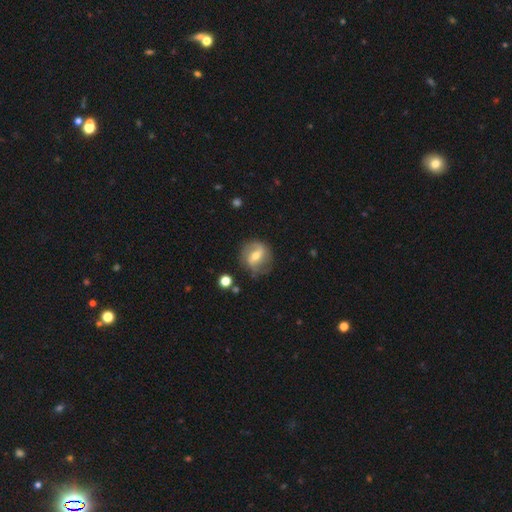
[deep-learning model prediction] This appears to be a featured or disk galaxy (64%) with a weak bar (44%), spiral arms (77%) and a moderate central bulge (66%). Merging: none (75%).